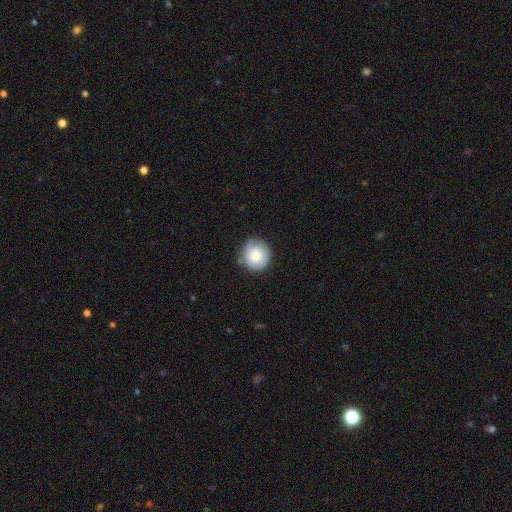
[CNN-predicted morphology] This is clearly a smooth galaxy (82%). How rounded: clearly round (93%). Merging: clearly none (83%).